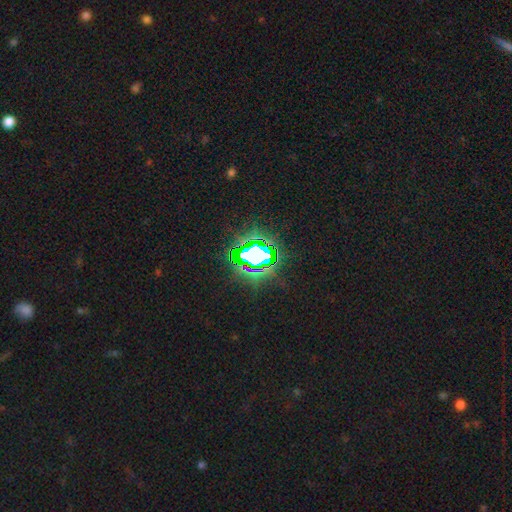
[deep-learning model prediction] Q: Smooth or featured?
A: star or artifact (73%); runner-up: smooth (15%)